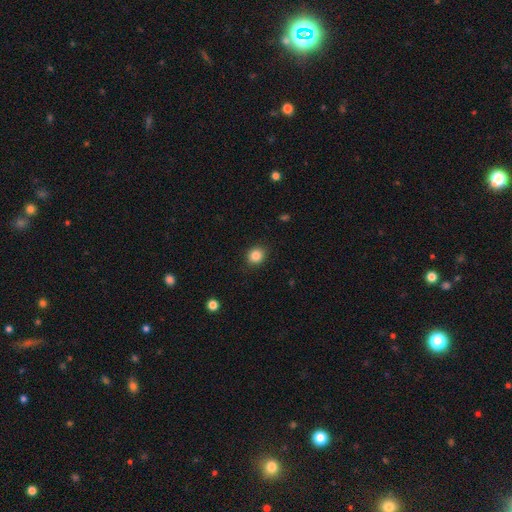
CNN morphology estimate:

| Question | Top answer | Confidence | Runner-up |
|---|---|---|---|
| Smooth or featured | smooth | 85% | star or artifact (10%) |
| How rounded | round | 80% | in between (19%) |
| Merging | none | 89% | minor disturbance (8%) |